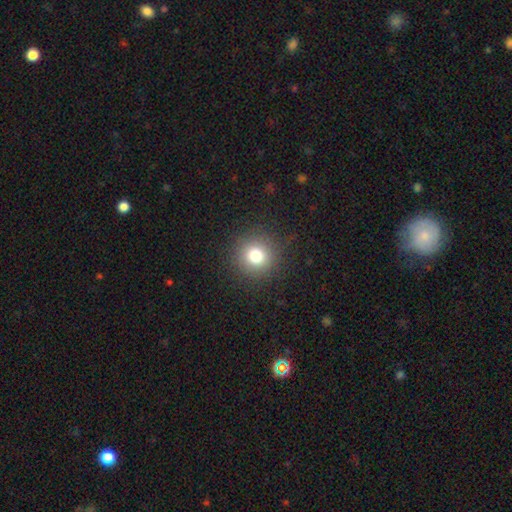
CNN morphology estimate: Smooth or featured? smooth (78%)
How rounded? round (94%)
Merging? none (90%)